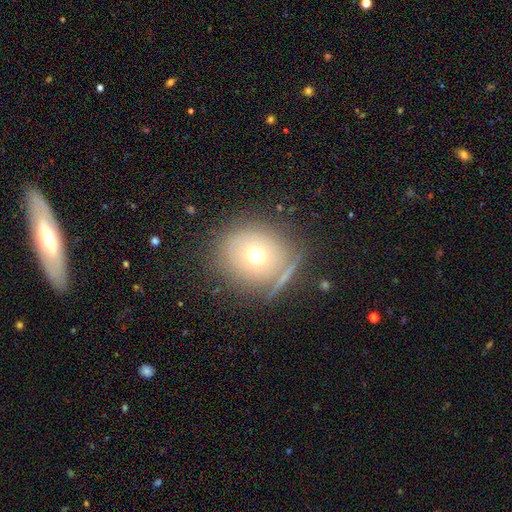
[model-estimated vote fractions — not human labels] Morphology: type=smooth (58%); roundness=round (83%); merging=none (73%).